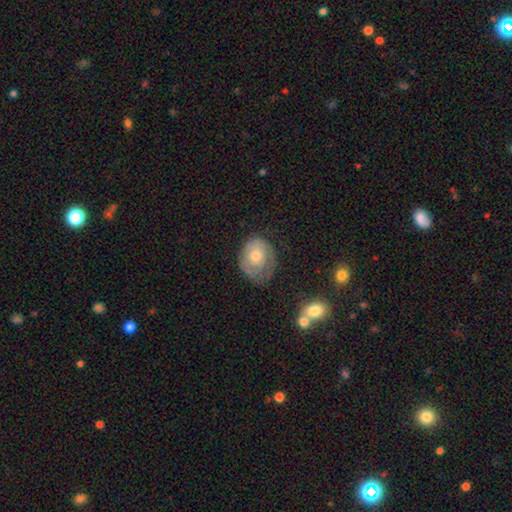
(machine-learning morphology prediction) This appears to be a featured or disk galaxy (49%). Merging: none (56%).